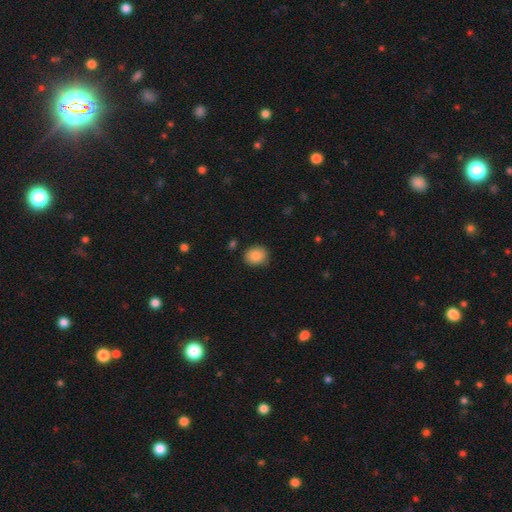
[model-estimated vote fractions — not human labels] This is clearly a smooth galaxy (88%). How rounded: likely round (66%). Merging: clearly none (81%).